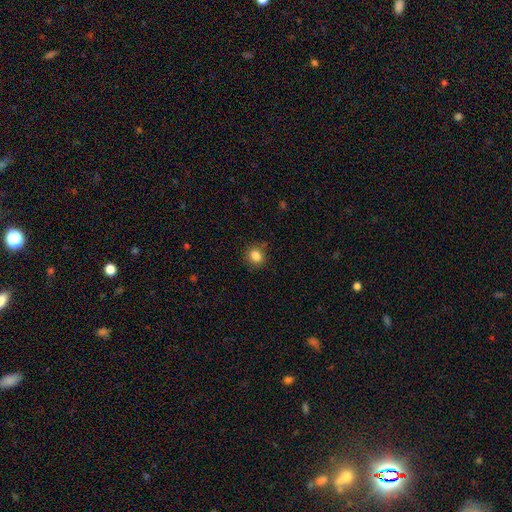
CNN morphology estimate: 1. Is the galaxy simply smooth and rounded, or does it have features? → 84% smooth, 11% star or artifact, 5% featured or disk.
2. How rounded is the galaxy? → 78% round, 21% in between, 1% cigar-shaped.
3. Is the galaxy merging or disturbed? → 84% none, 12% minor disturbance, 3% major disturbance, 1% merger.